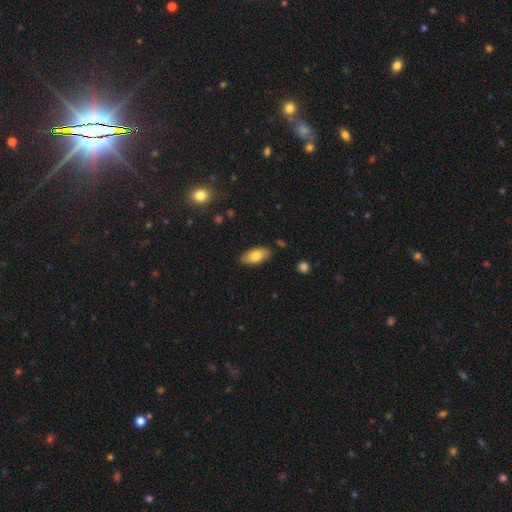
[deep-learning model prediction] Smooth or featured? Predicted: smooth (p=0.79). How rounded? Predicted: in between (p=0.92). Merging? Predicted: none (p=0.85).